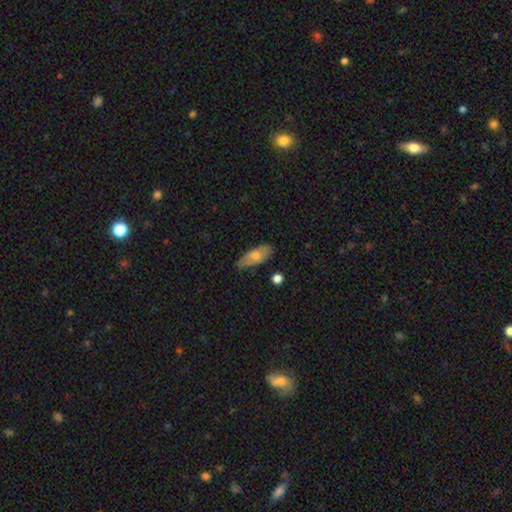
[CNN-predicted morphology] This is possibly a smooth galaxy (57%). How rounded: clearly in between (83%). Merging: likely none (64%).